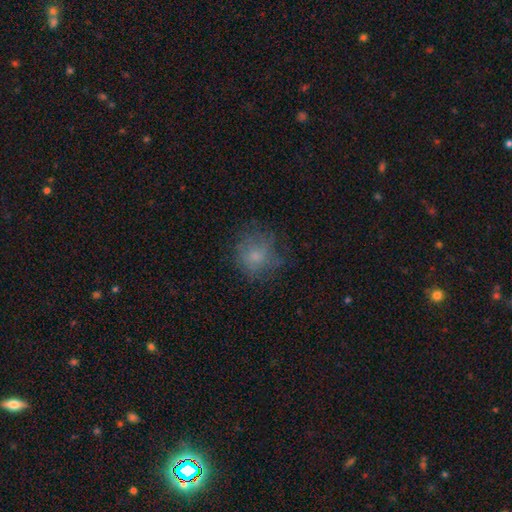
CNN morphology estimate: smooth_or_featured: smooth (p=0.65) [alt: featured or disk p=0.22]
how_rounded: round (p=0.82) [alt: in between p=0.17]
merging: none (p=0.63) [alt: minor disturbance p=0.21]